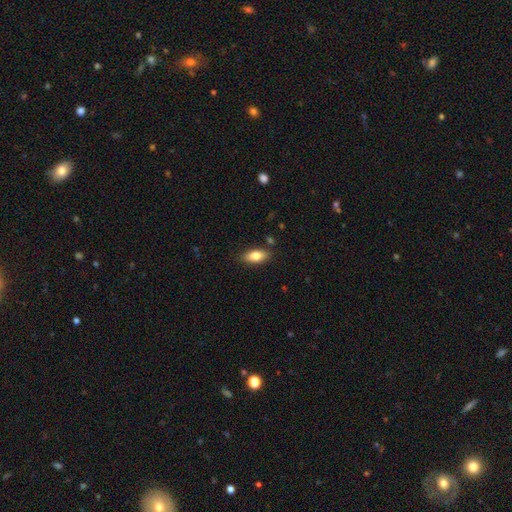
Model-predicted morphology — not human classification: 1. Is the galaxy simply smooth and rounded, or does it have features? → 80% smooth, 13% featured or disk, 7% star or artifact.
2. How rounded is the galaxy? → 86% in between, 11% cigar-shaped, 3% round.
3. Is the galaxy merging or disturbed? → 84% none, 11% minor disturbance, 2% merger, 2% major disturbance.